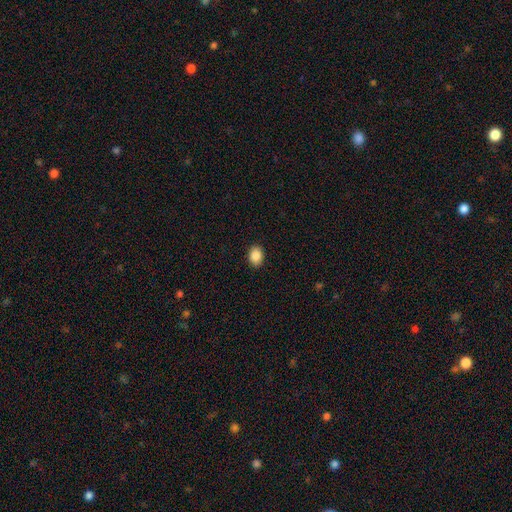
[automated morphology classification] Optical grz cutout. It shows a smooth galaxy with no disk features (88%) that is in between round and cigar-shaped (71%). Merging: none (90%).